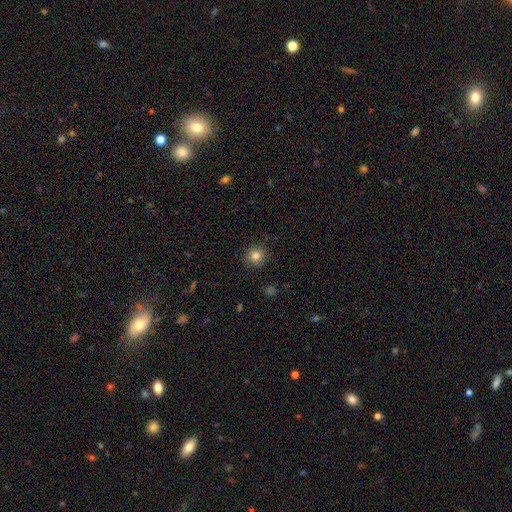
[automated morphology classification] type=smooth (82%); roundness=round (94%); merging=none (91%).